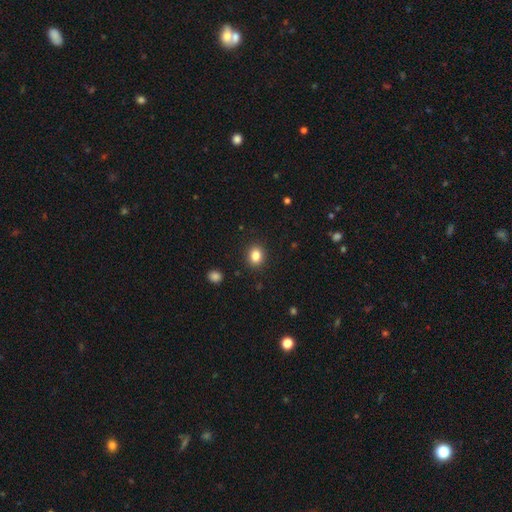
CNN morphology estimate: The model was most divided on "how rounded": round: 54%, in between: 45%, cigar-shaped: 1%. More confident: merging — none (90%); smooth or featured — smooth (85%).